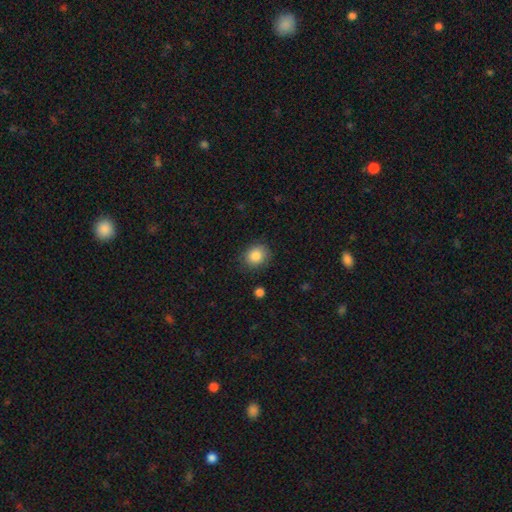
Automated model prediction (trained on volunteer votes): A smooth galaxy with no disk features (86%) that is round (73%).

Vote fractions:
- Smooth or featured? smooth: 86% / star or artifact: 9% / featured or disk: 5%
- How rounded? round: 73% / in between: 26% / cigar-shaped: 1%
- Merging? none: 82% / minor disturbance: 13% / major disturbance: 3% / merger: 2%